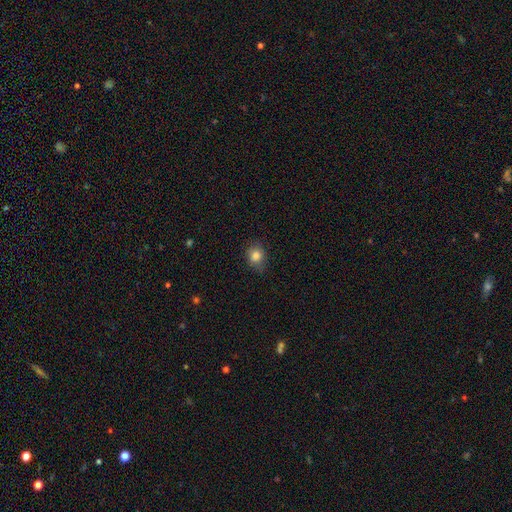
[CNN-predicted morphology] This appears to be a smooth galaxy with no disk features (84%) that is round (68%). Merging: none (73%).